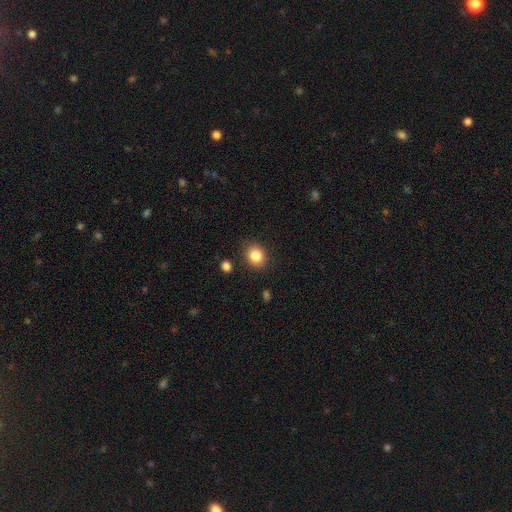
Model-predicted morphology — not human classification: Smooth or featured? Predicted: smooth (p=0.85). How rounded? Predicted: round (p=0.66). Merging? Predicted: none (p=0.85).